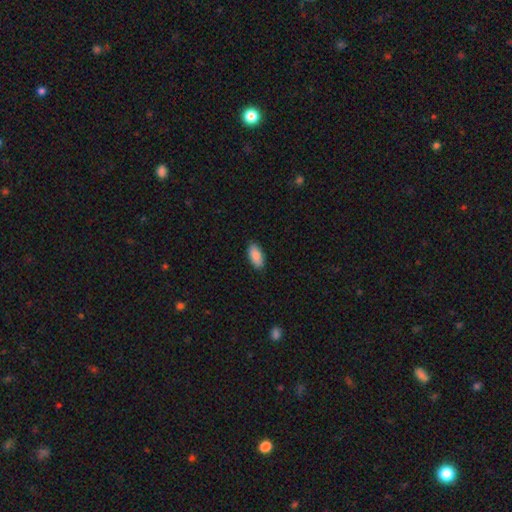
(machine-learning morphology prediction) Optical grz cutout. It shows a smooth galaxy with no disk features (89%) that is in between round and cigar-shaped (90%). Merging: none (88%).